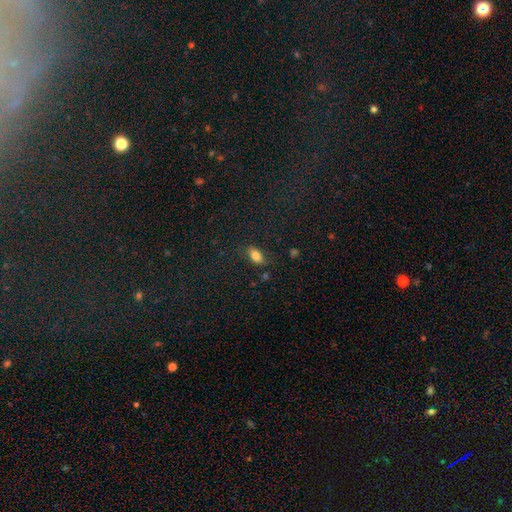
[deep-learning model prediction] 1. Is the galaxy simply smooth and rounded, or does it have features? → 82% smooth, 9% star or artifact, 9% featured or disk.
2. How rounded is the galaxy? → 89% in between, 6% round, 5% cigar-shaped.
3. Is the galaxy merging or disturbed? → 79% none, 15% minor disturbance, 4% major disturbance, 2% merger.